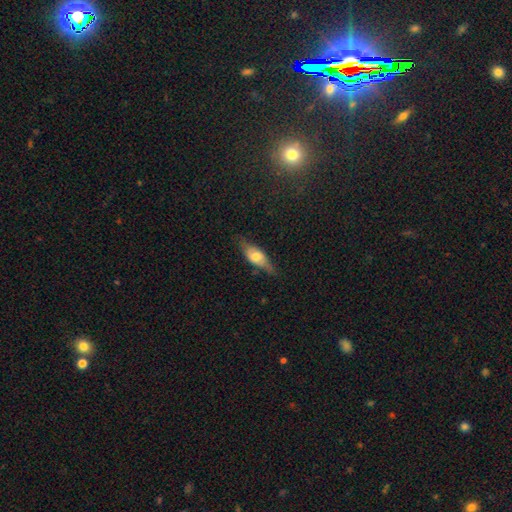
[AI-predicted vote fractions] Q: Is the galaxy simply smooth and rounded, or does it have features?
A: smooth — 49%.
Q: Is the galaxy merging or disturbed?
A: none — 67%.